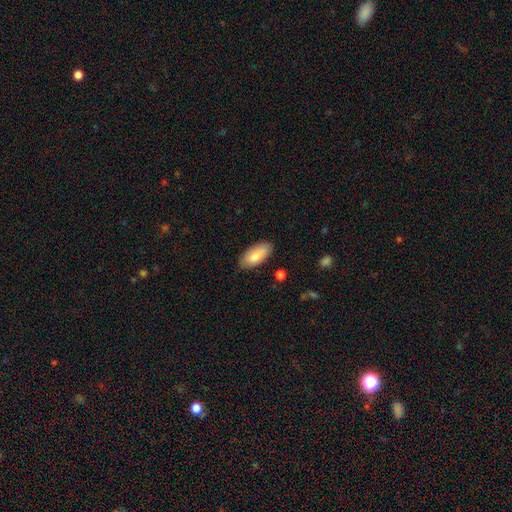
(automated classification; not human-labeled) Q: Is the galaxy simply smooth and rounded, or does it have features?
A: smooth — 83%.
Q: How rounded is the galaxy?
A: in between — 89%.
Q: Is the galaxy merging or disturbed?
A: none — 84%.